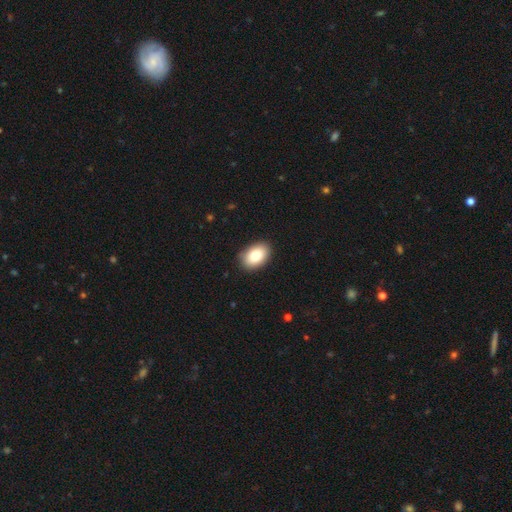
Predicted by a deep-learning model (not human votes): Q: Smooth or featured?
A: smooth (83%); runner-up: featured or disk (10%)
Q: How rounded?
A: in between (88%); runner-up: round (11%)
Q: Merging?
A: none (88%); runner-up: minor disturbance (9%)